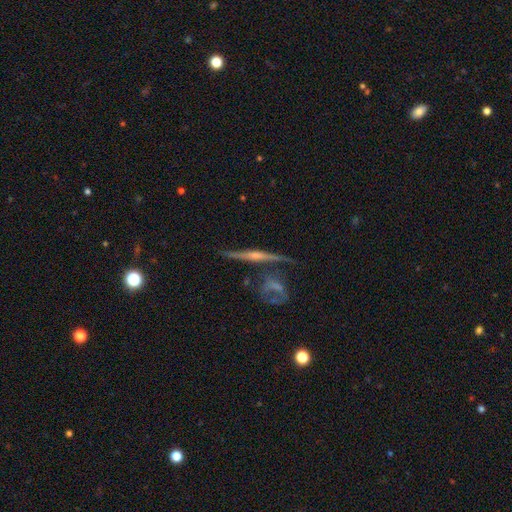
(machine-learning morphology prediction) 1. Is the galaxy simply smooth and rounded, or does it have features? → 79% featured or disk, 13% smooth, 8% star or artifact.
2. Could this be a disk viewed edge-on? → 93% yes, 7% no.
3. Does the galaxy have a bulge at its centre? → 73% rounded, 17% none, 10% boxy.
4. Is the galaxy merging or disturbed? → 67% none, 14% minor disturbance, 13% merger, 6% major disturbance.